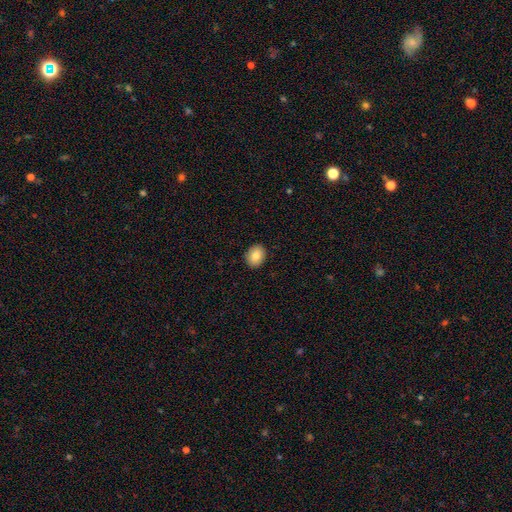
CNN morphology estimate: smooth_or_featured: smooth (p=0.84) [alt: featured or disk p=0.08]
how_rounded: in between (p=0.55) [alt: round p=0.44]
merging: none (p=0.91) [alt: minor disturbance p=0.07]